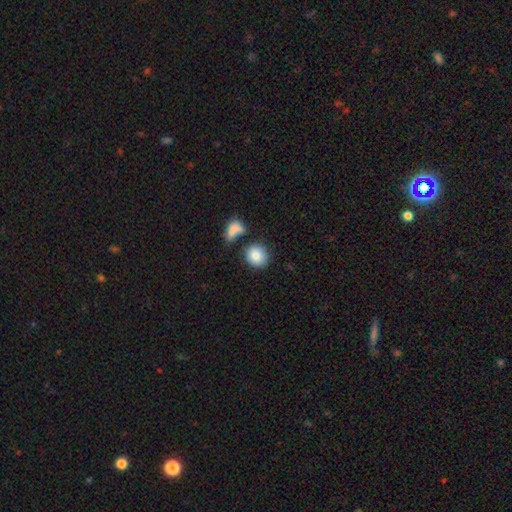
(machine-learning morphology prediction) Overall: smooth (84%). How rounded: round (80%). Merging: none (67%).